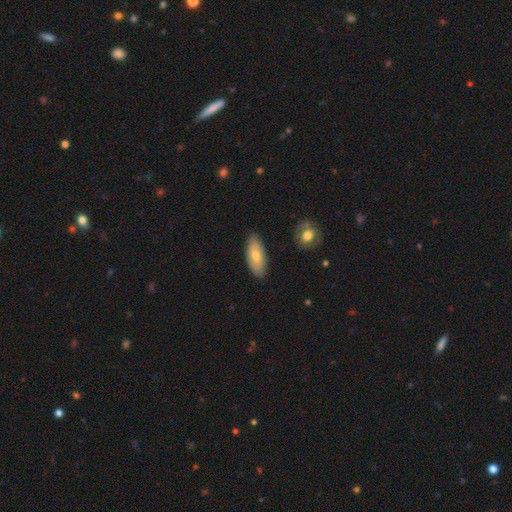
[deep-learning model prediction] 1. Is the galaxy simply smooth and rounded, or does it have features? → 74% smooth, 20% featured or disk, 6% star or artifact.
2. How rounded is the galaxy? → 84% in between, 14% cigar-shaped, 2% round.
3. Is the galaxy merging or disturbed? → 83% none, 13% minor disturbance, 2% major disturbance, 2% merger.